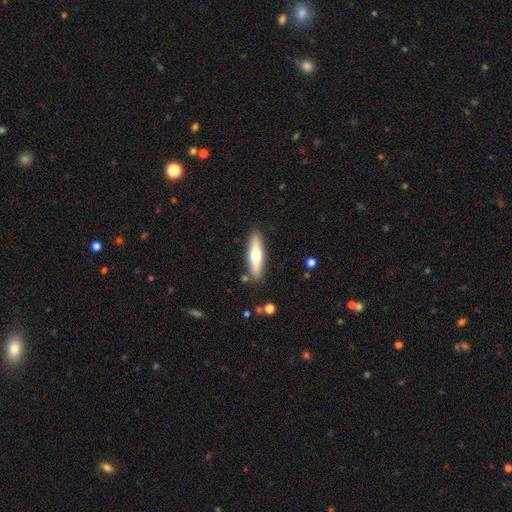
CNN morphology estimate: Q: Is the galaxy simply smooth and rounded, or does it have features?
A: featured or disk — 52%.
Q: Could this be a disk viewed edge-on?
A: yes — 91%.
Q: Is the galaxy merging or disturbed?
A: none — 87%.